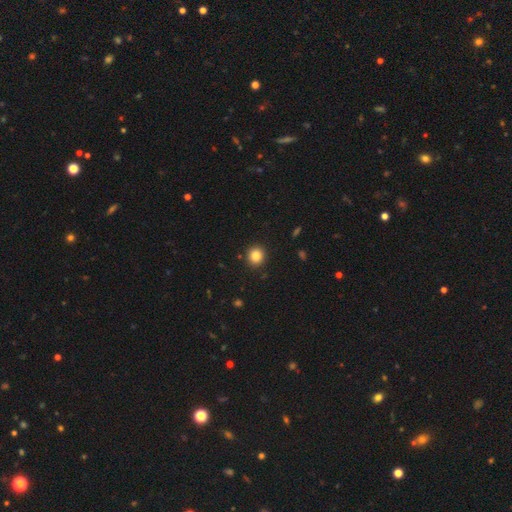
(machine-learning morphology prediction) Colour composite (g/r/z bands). It shows a smooth galaxy with no disk features (83%) that is round (91%). Merging: none (92%).